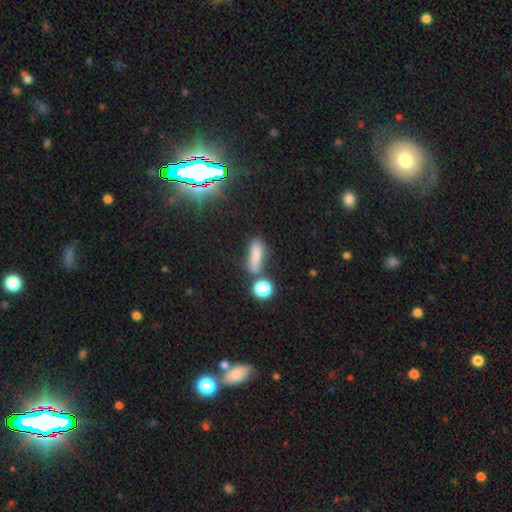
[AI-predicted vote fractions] smooth 73%, star or artifact 15%, featured or disk 12%. Down the decision tree: how rounded — cigar-shaped (46%); merging — none (55%).